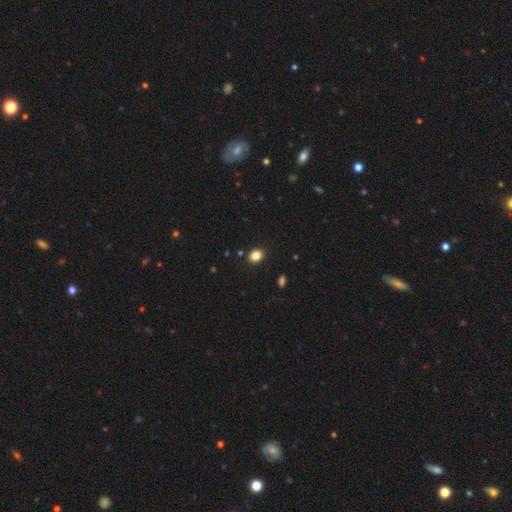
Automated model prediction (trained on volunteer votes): Smooth or featured?
  - smooth: 85% *
  - star or artifact: 11%
  - featured or disk: 5%
How rounded?
  - in between: 52% *
  - round: 47%
  - cigar-shaped: 1%
Merging?
  - none: 89% *
  - minor disturbance: 8%
  - major disturbance: 2%
  - merger: 2%